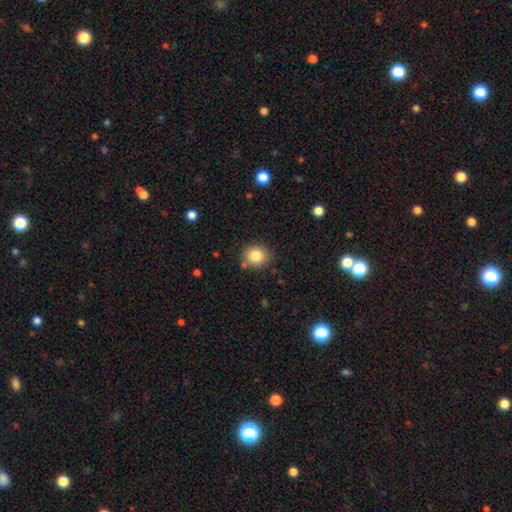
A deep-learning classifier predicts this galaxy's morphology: This is clearly a smooth galaxy (83%). How rounded: likely round (80%). Merging: clearly none (81%).